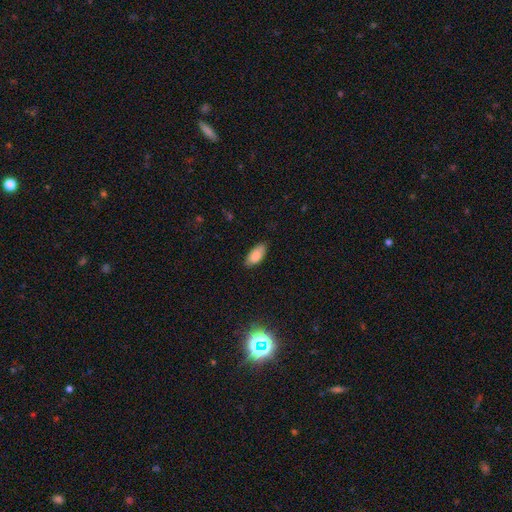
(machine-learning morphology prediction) Smooth or featured: smooth — 85% (featured or disk — 8%)
How rounded: in between — 88% (cigar-shaped — 10%)
Merging: none — 83% (minor disturbance — 14%)